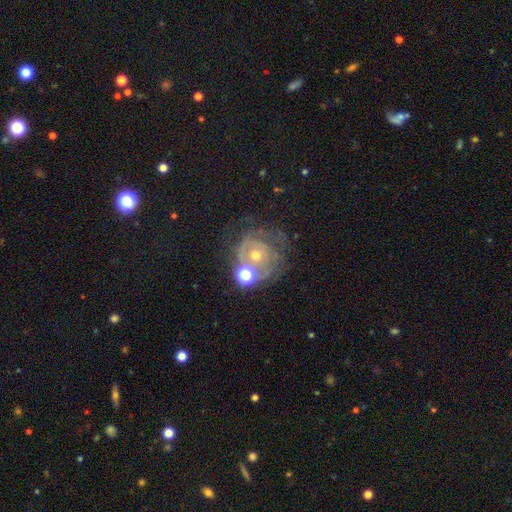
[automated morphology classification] A featured or disk galaxy (62%) with no bar (82%), spiral arms (63%) and a moderate central bulge (51%).

Vote fractions:
- Smooth or featured? featured or disk: 62% / smooth: 23% / star or artifact: 15%
- Edge-on disk? no: 97% / yes: 3%
- Bar? no: 82% / weak: 14% / strong: 4%
- Spiral arms? yes: 63% / no: 37%
- Bulge size? moderate: 51% / small: 41% / large: 4% / none: 2% / dominant: 1%
- Merging? none: 46% / major disturbance: 19% / minor disturbance: 18% / merger: 18%